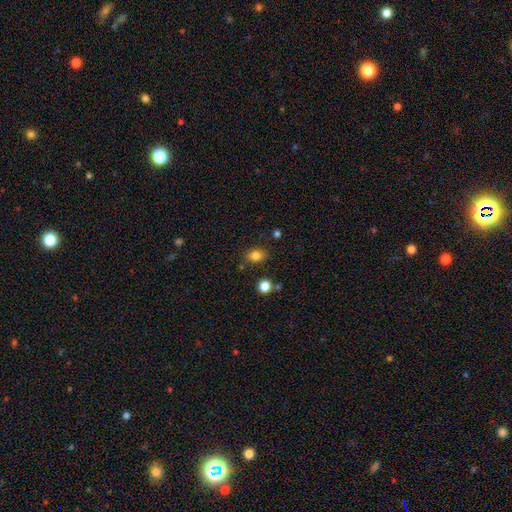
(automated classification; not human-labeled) smooth 82%, star or artifact 12%, featured or disk 6%. Down the decision tree: how rounded — in between (60%); merging — none (80%).